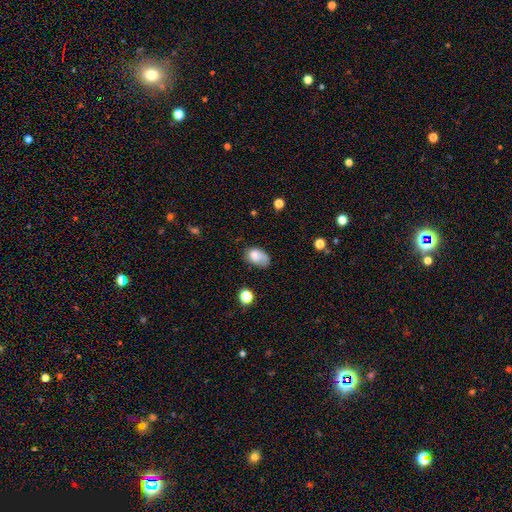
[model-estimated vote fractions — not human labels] This appears to be a smooth galaxy with no disk features (74%) that is in between round and cigar-shaped (87%). Merging: none (47%).